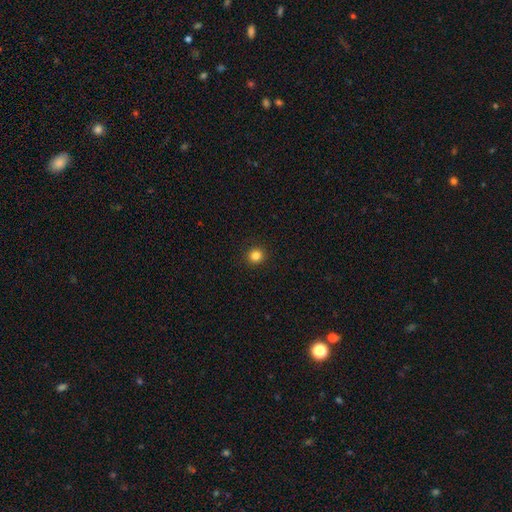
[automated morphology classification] Overall: smooth (84%). How rounded: round (91%). Merging: none (93%).